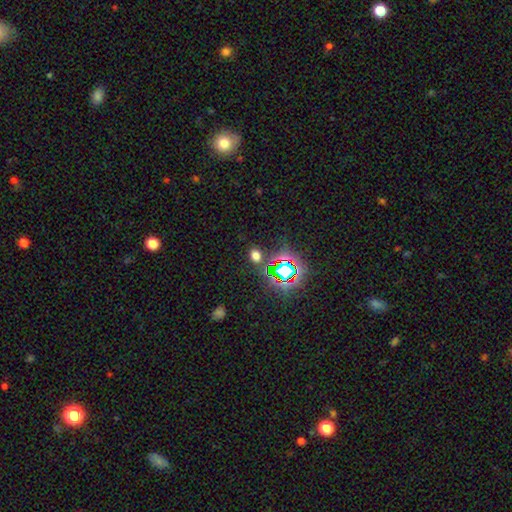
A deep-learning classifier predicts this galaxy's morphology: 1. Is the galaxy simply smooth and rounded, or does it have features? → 57% smooth, 37% star or artifact, 6% featured or disk.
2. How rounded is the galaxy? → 57% in between, 42% round, 2% cigar-shaped.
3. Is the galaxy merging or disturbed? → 82% none, 10% minor disturbance, 5% merger, 4% major disturbance.